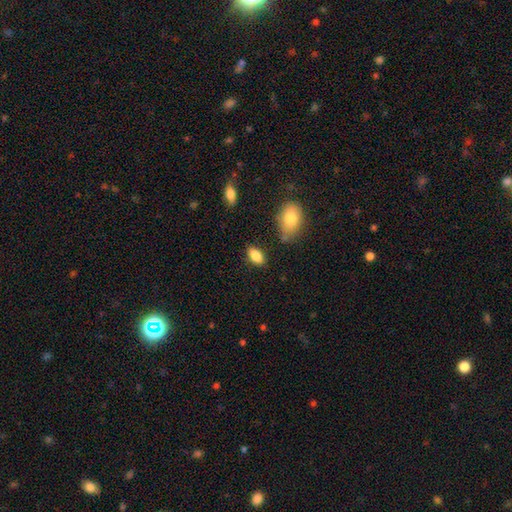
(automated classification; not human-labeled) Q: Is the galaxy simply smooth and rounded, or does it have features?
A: smooth — 85%.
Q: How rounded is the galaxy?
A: in between — 91%.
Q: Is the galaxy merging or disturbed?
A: none — 81%.